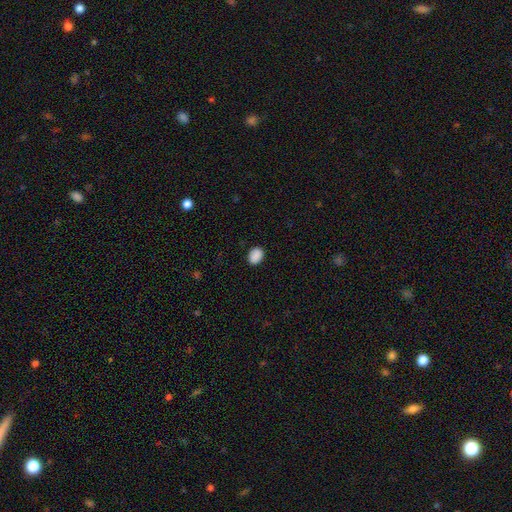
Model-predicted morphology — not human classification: smooth-or-featured: smooth: 89% | star or artifact: 8% | featured or disk: 3%
  how-rounded: in between: 69% | round: 31% | cigar-shaped: 1%
  merging: none: 87% | minor disturbance: 9% | major disturbance: 2% | merger: 1%